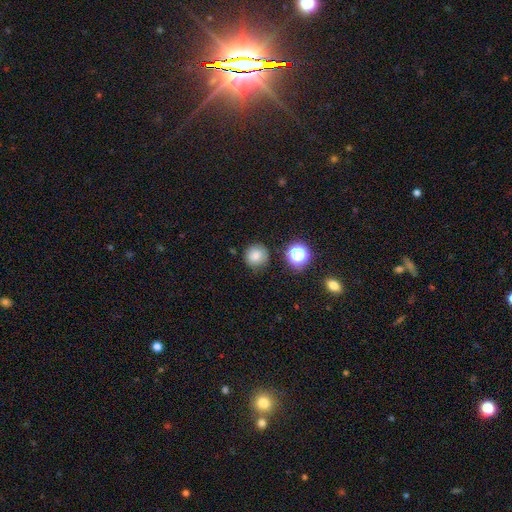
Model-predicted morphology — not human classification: This appears to be a smooth galaxy with no disk features (80%) that is round (93%). Merging: none (84%).